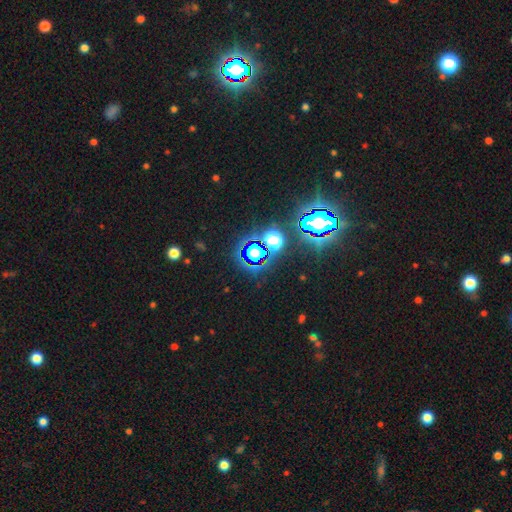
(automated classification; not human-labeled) Q: Smooth or featured?
A: star or artifact (81%); runner-up: smooth (12%)